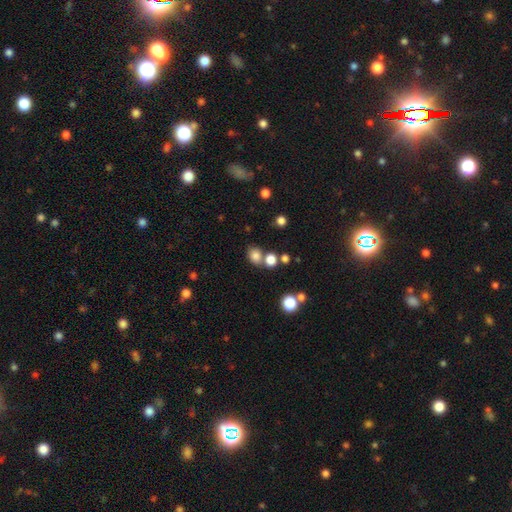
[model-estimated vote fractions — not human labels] Smooth or featured: smooth — 80% (star or artifact — 14%)
How rounded: round — 59% (in between — 40%)
Merging: none — 61% (merger — 24%)